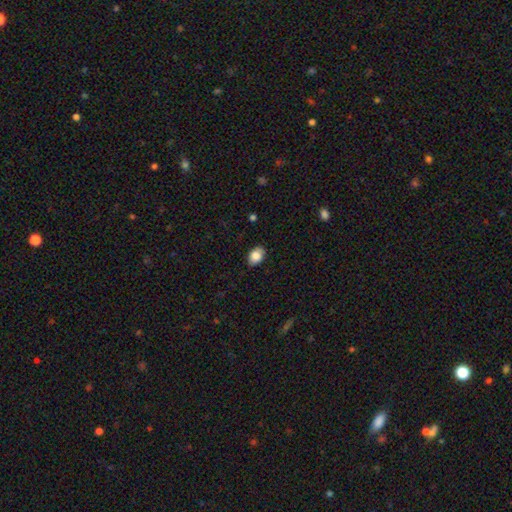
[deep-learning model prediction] A smooth galaxy with no disk features (84%) that is in between round and cigar-shaped (83%). Merging: none (85%).